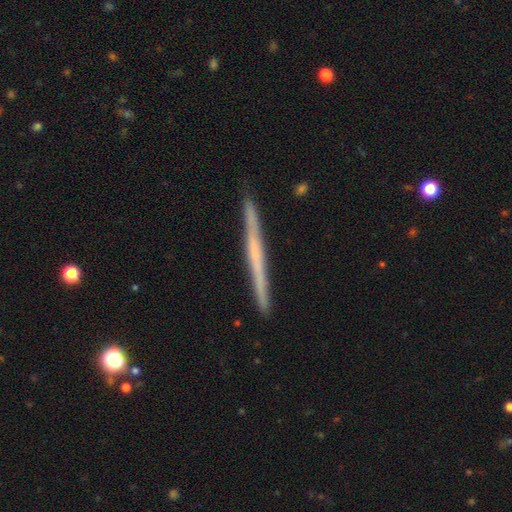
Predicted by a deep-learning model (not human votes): Smooth or featured? Predicted: featured or disk (p=0.61). Edge-on disk? Predicted: yes (p=0.98). Edge-on bulge? Predicted: none (p=0.79). Merging? Predicted: none (p=0.92).